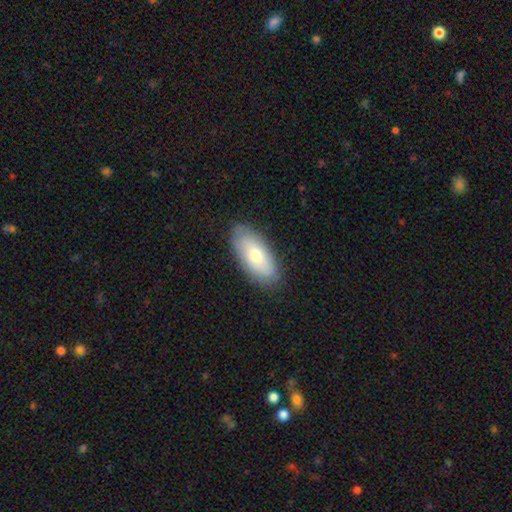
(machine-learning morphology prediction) smooth-or-featured: smooth: 67% | featured or disk: 27% | star or artifact: 6%
  how-rounded: in between: 90% | cigar-shaped: 8% | round: 3%
  merging: none: 84% | minor disturbance: 12% | major disturbance: 3% | merger: 1%